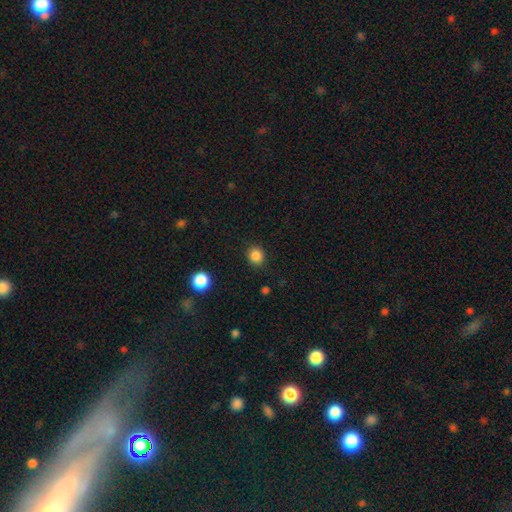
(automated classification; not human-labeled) The model was most divided on "how rounded": round: 83%, in between: 17%, cigar-shaped: 1%. More confident: merging — none (88%); smooth or featured — smooth (86%).